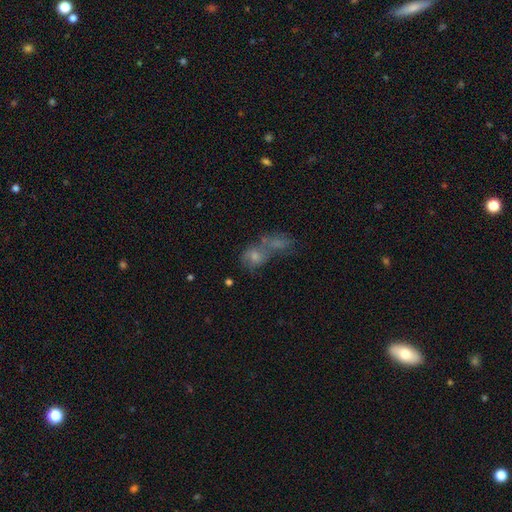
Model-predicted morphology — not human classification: smooth 59%, featured or disk 27%, star or artifact 14%. Down the decision tree: how rounded — in between (54%); merging — merger (60%).